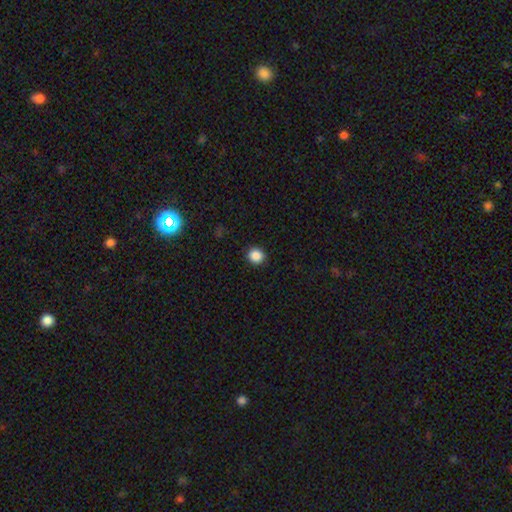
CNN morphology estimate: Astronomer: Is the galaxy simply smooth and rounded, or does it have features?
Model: smooth — 87%.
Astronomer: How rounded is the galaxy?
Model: round — 90%.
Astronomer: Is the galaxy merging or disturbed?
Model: none — 92%.